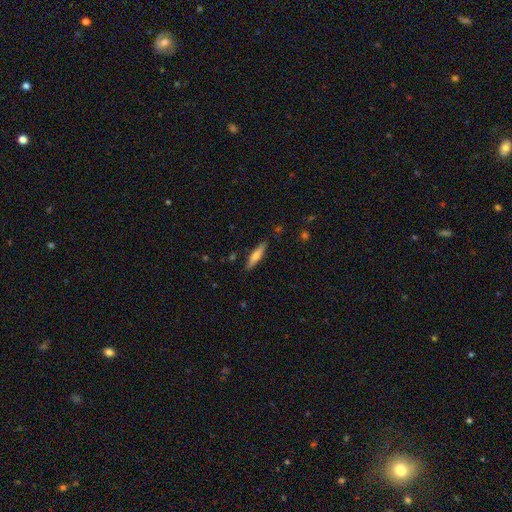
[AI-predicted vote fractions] This appears to be a smooth galaxy with no disk features (61%) that is cigar-shaped (81%). Merging: none (87%).